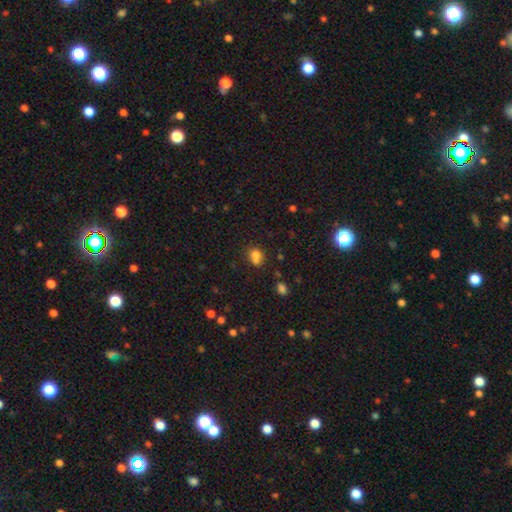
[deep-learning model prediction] A smooth galaxy with no disk features (76%) that is round (64%). Merging: merger (41%).